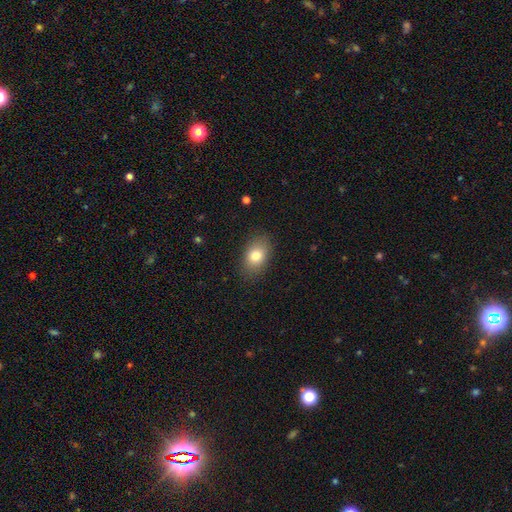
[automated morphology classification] Smooth or featured?
  - smooth: 80% *
  - featured or disk: 11%
  - star or artifact: 9%
How rounded?
  - in between: 83% *
  - round: 16%
  - cigar-shaped: 2%
Merging?
  - none: 86% *
  - minor disturbance: 10%
  - major disturbance: 3%
  - merger: 1%